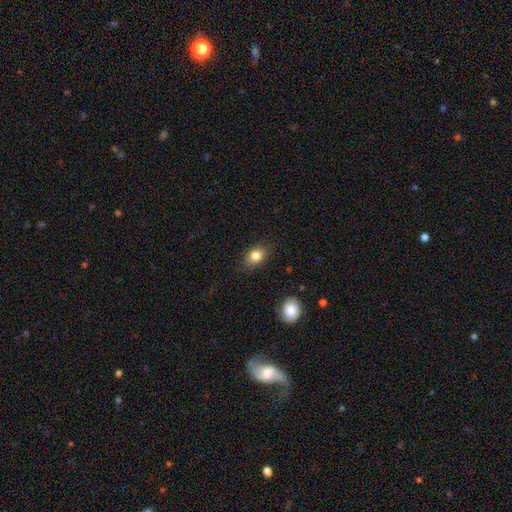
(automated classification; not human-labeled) Smooth or featured? Predicted: smooth (p=0.82). How rounded? Predicted: in between (p=0.69). Merging? Predicted: none (p=0.83).